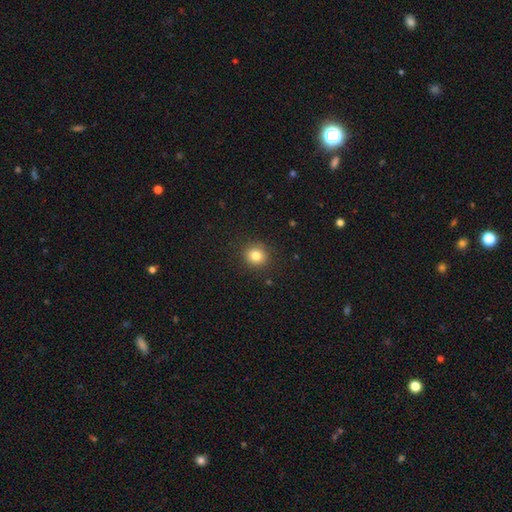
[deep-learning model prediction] This appears to be a smooth galaxy with no disk features (82%) that is round (89%). Merging: none (90%).